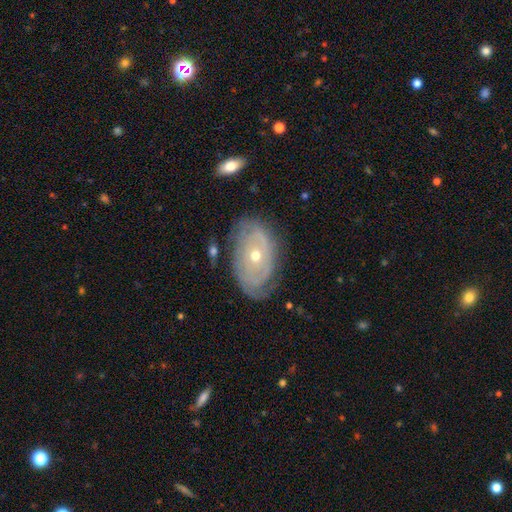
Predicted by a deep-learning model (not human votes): Smooth or featured? Predicted: featured or disk (p=0.76). Edge-on disk? Predicted: no (p=0.93). Bar? Predicted: no (p=0.82). Spiral arms? Predicted: yes (p=0.78). Spiral winding? Predicted: tight (p=0.73). Spiral arm count? Predicted: can't tell (p=0.48). Bulge size? Predicted: moderate (p=0.50). Merging? Predicted: none (p=0.68).